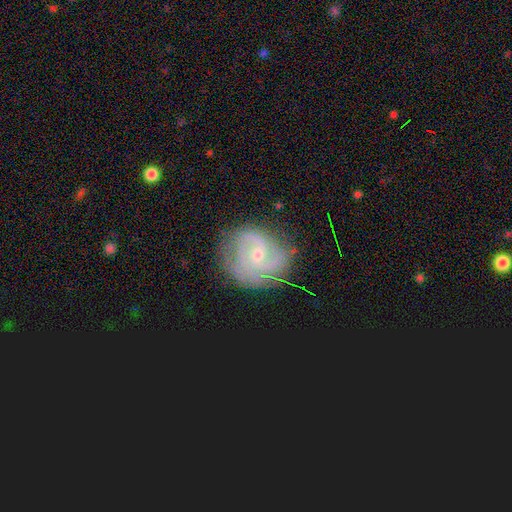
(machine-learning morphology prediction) Overall: featured or disk (83%). Edge-on disk: no (98%). Bar: no (52%; weak 40%). Spiral arms: yes (96%). Spiral arm count: 2 (38%; can't tell 23%). Spiral winding: tight (48%; medium 39%). Bulge size: small (73%). Merging: none (75%).